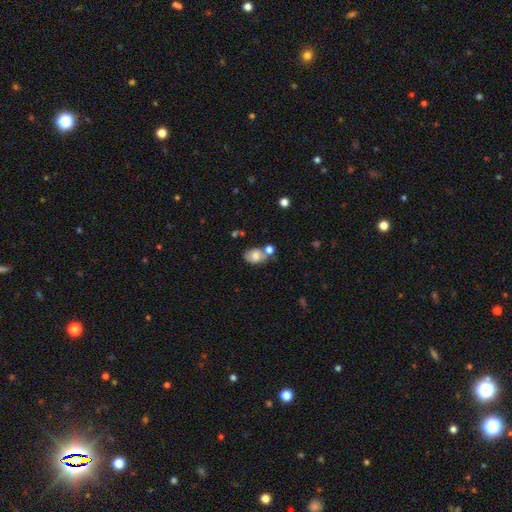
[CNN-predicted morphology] Smooth or featured? Predicted: smooth (p=0.69). How rounded? Predicted: in between (p=0.79). Merging? Predicted: none (p=0.42).